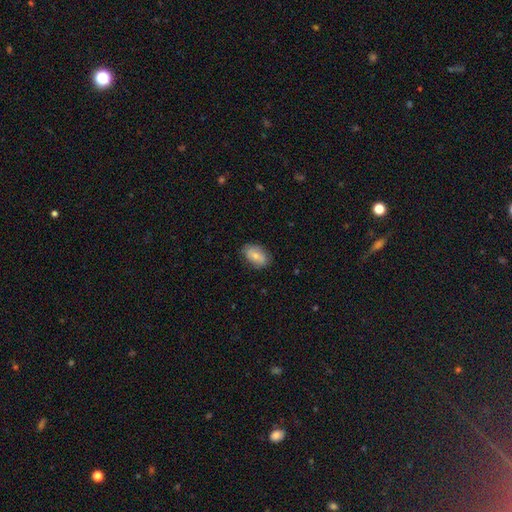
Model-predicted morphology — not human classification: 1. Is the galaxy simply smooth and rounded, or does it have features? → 71% smooth, 22% featured or disk, 7% star or artifact.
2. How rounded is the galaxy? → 89% in between, 8% round, 2% cigar-shaped.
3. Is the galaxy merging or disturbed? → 81% none, 15% minor disturbance, 3% major disturbance, 1% merger.